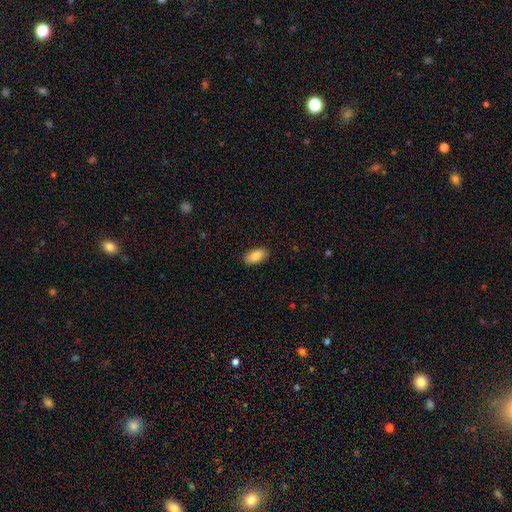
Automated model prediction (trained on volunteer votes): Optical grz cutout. It shows a smooth galaxy with no disk features (86%) that is in between round and cigar-shaped (93%). Merging: none (88%).